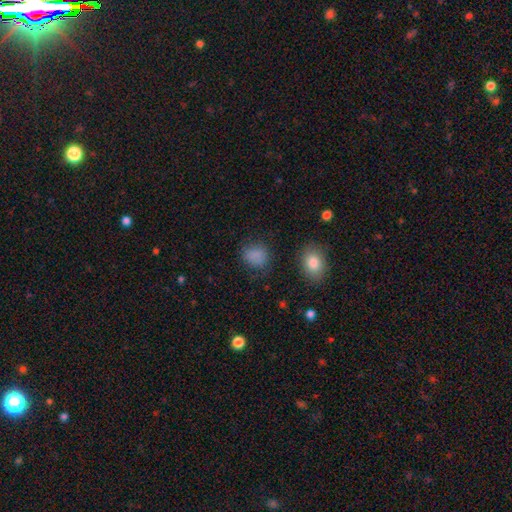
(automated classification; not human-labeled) This is clearly a smooth galaxy (82%). How rounded: likely round (65%). Merging: likely none (74%).